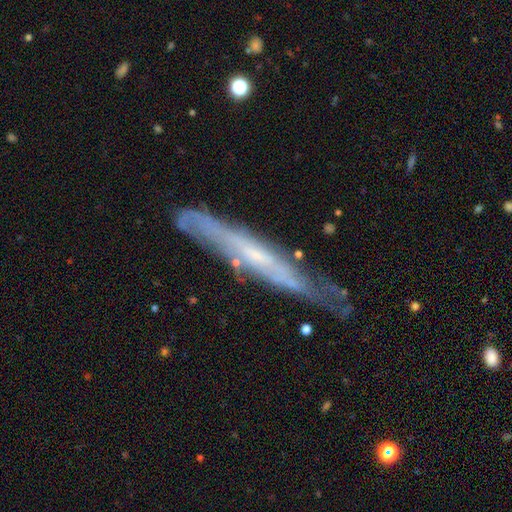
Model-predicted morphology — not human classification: Smooth or featured? Predicted: featured or disk (p=0.70). Edge-on disk? Predicted: yes (p=0.76). Edge-on bulge? Predicted: none (p=0.67). Merging? Predicted: none (p=0.65).